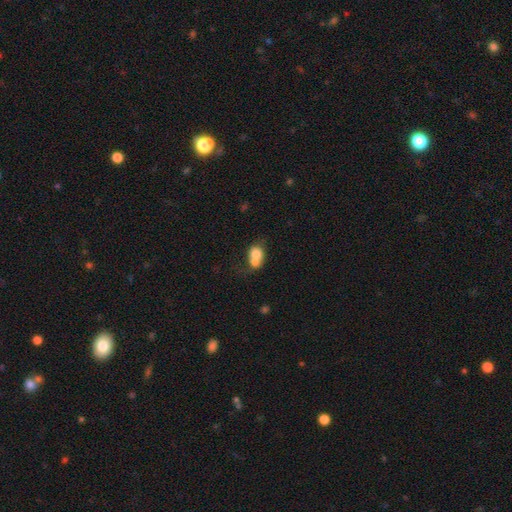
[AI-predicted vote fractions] Smooth or featured: smooth — 72% (featured or disk — 19%)
How rounded: round — 52% (in between — 47%)
Merging: merger — 63% (none — 21%)